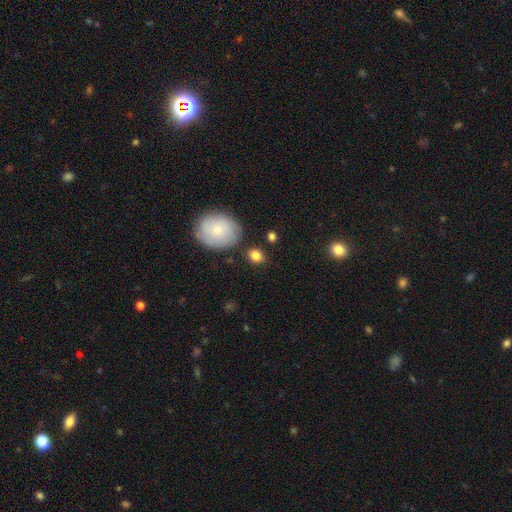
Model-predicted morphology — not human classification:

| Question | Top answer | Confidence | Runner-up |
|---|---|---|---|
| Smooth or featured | smooth | 83% | star or artifact (9%) |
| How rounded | round | 55% | in between (43%) |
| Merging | none | 78% | minor disturbance (12%) |